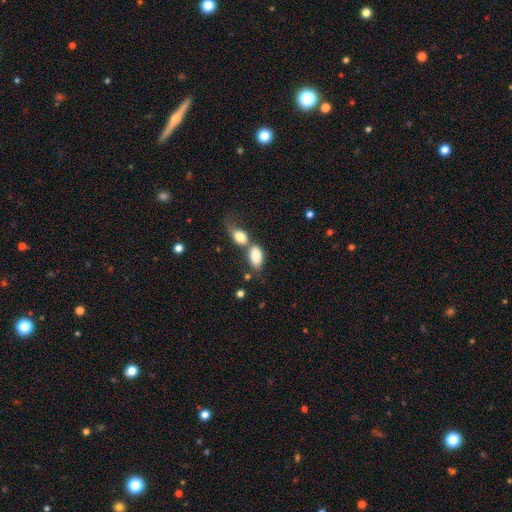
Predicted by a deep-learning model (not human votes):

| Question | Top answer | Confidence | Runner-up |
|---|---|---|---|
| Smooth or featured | smooth | 83% | featured or disk (10%) |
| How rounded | in between | 90% | round (7%) |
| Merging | merger | 58% | none (22%) |